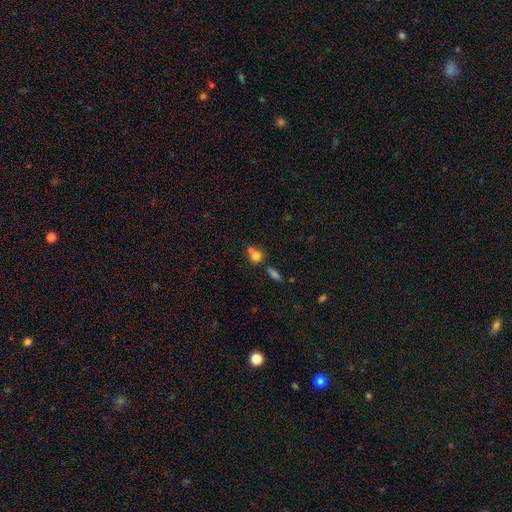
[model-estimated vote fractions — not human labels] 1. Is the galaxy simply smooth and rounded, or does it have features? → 73% smooth, 14% featured or disk, 13% star or artifact.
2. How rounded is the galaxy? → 77% round, 21% in between, 2% cigar-shaped.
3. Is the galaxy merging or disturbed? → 47% merger, 42% none, 8% minor disturbance, 3% major disturbance.